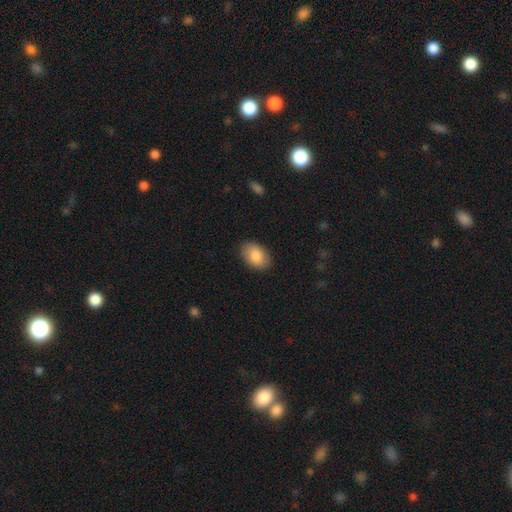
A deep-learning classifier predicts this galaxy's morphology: This is clearly a smooth galaxy (86%). How rounded: clearly in between (90%). Merging: clearly none (87%).